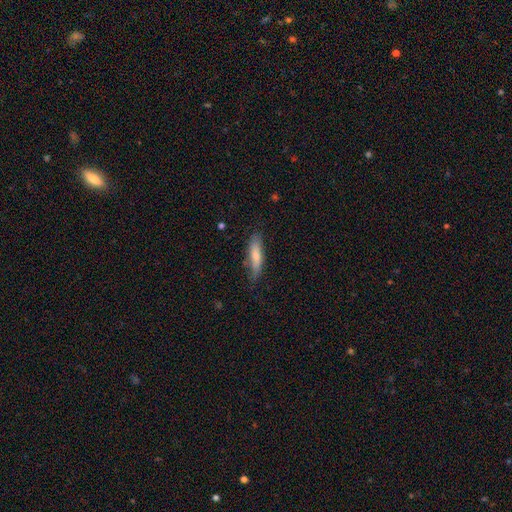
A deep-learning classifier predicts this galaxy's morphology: Smooth or featured? Predicted: smooth (p=0.72). How rounded? Predicted: cigar-shaped (p=0.69). Merging? Predicted: none (p=0.71).